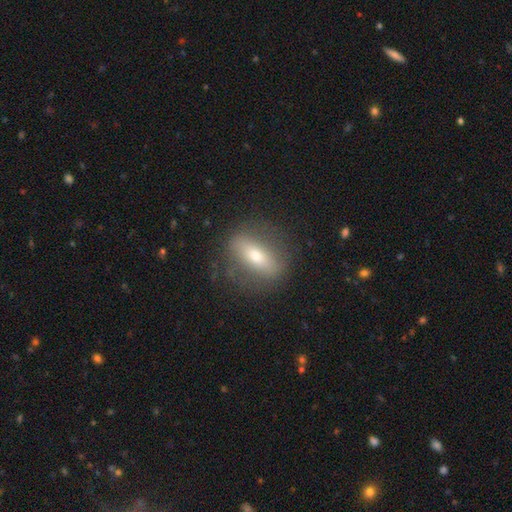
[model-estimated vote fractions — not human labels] This appears to be a smooth galaxy with no disk features (47%). Merging: none (80%).